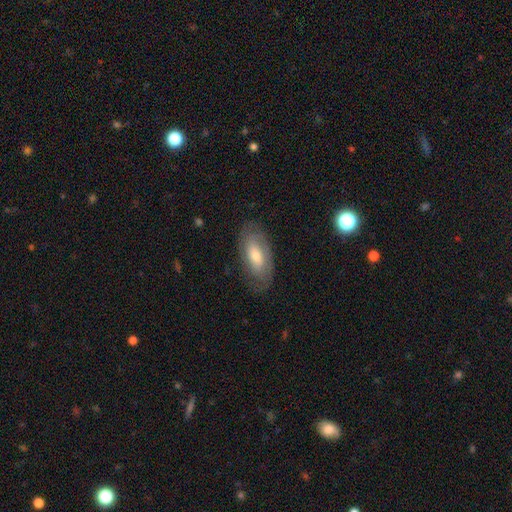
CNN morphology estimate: Smooth or featured?
  - smooth: 47% *
  - featured or disk: 46%
  - star or artifact: 7%
Merging?
  - none: 77% *
  - minor disturbance: 16%
  - major disturbance: 6%
  - merger: 1%